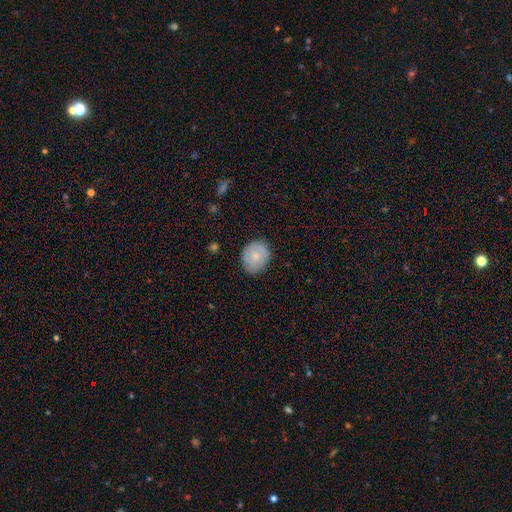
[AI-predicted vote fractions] Smooth or featured? Predicted: smooth (p=0.68). How rounded? Predicted: round (p=0.62). Merging? Predicted: none (p=0.82).